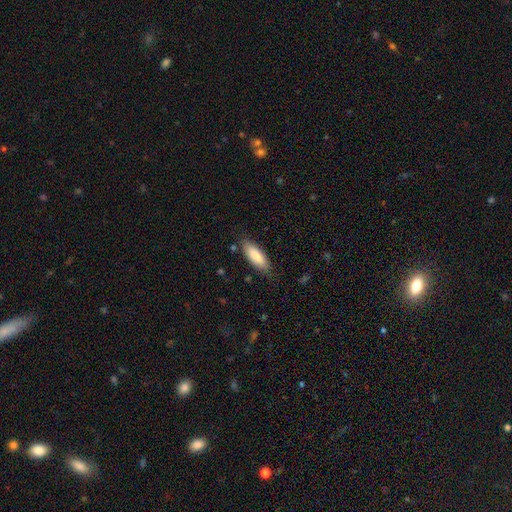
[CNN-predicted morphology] A smooth galaxy with no disk features (86%) that is in between round and cigar-shaped (68%).

Vote fractions:
- Smooth or featured? smooth: 86% / featured or disk: 8% / star or artifact: 6%
- How rounded? in between: 68% / cigar-shaped: 31% / round: 2%
- Merging? none: 81% / minor disturbance: 15% / major disturbance: 3% / merger: 2%